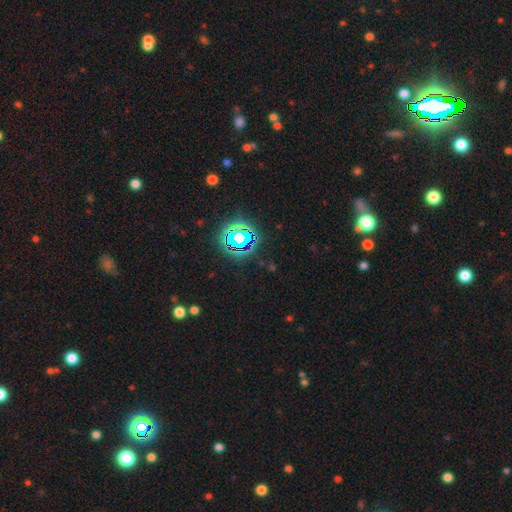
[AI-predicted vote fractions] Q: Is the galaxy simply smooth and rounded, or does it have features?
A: star or artifact — 79%.